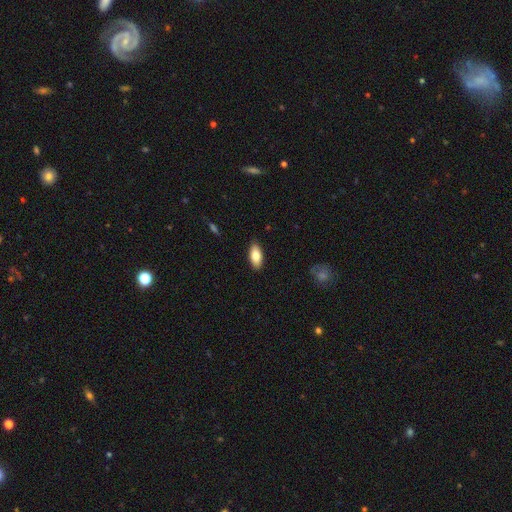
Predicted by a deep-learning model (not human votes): Q: Smooth or featured?
A: smooth (79%); runner-up: featured or disk (14%)
Q: How rounded?
A: in between (86%); runner-up: cigar-shaped (12%)
Q: Merging?
A: none (88%); runner-up: minor disturbance (9%)